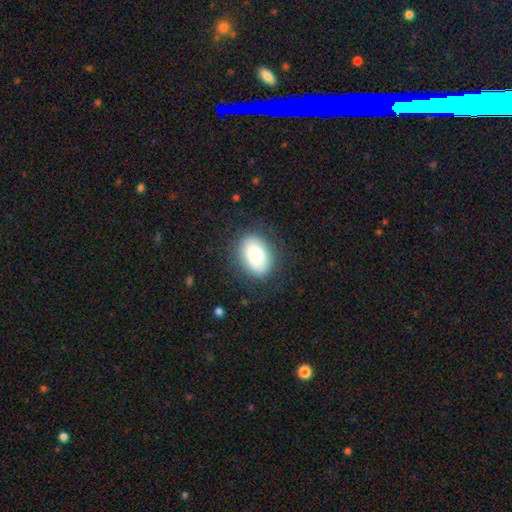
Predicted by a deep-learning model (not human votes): smooth 75%, featured or disk 17%, star or artifact 8%. Down the decision tree: how rounded — in between (81%); merging — none (82%).